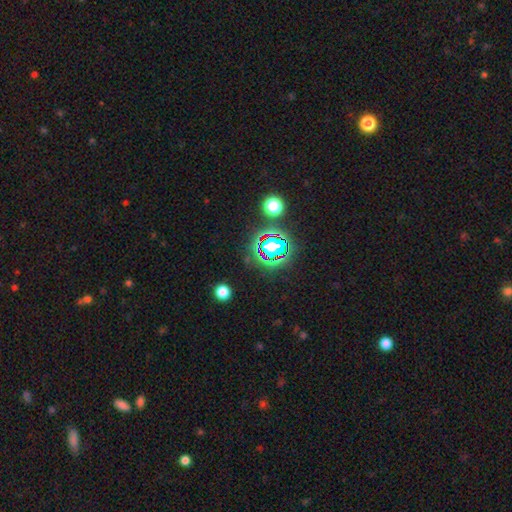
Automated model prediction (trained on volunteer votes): Smooth or featured? star or artifact (80%)